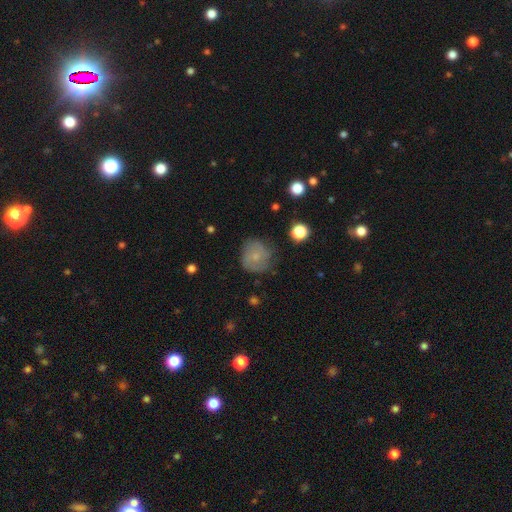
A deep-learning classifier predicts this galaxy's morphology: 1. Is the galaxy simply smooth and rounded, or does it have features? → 63% smooth, 27% featured or disk, 10% star or artifact.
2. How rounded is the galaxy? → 87% round, 12% in between, 1% cigar-shaped.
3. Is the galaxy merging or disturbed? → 66% none, 24% minor disturbance, 8% major disturbance, 2% merger.